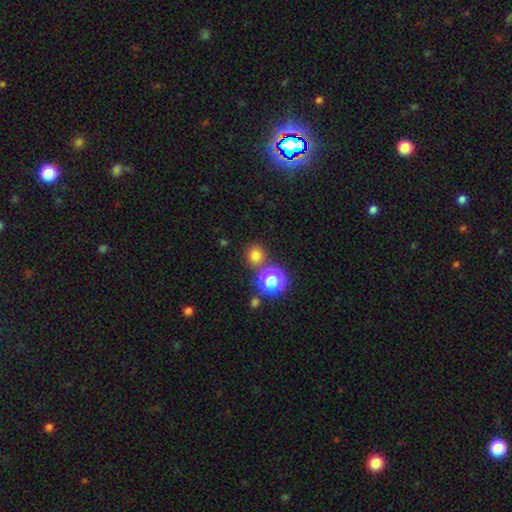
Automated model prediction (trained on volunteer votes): A smooth galaxy with no disk features (73%) that is round (88%).

Vote fractions:
- Smooth or featured? smooth: 73% / star or artifact: 22% / featured or disk: 5%
- How rounded? round: 88% / in between: 11% / cigar-shaped: 1%
- Merging? none: 76% / merger: 13% / minor disturbance: 8% / major disturbance: 3%